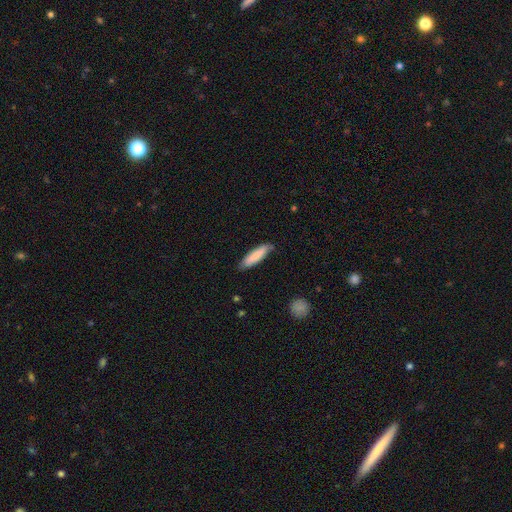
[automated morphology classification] The model was most divided on "how rounded": cigar-shaped: 70%, in between: 28%, round: 1%. More confident: smooth or featured — smooth (81%); merging — none (81%).